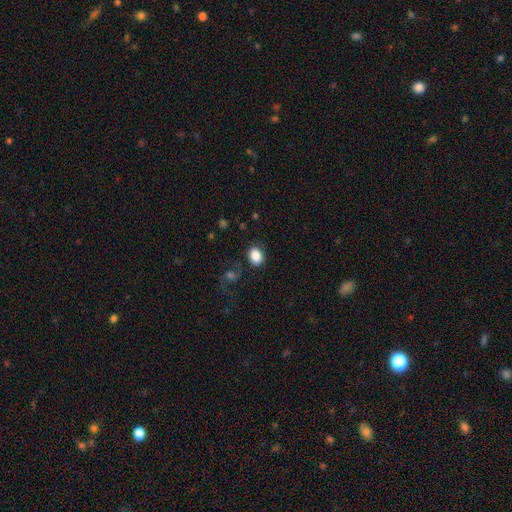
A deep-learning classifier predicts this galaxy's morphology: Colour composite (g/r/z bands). It shows a smooth galaxy with no disk features (86%) that is in between round and cigar-shaped (58%). Merging: none (76%).